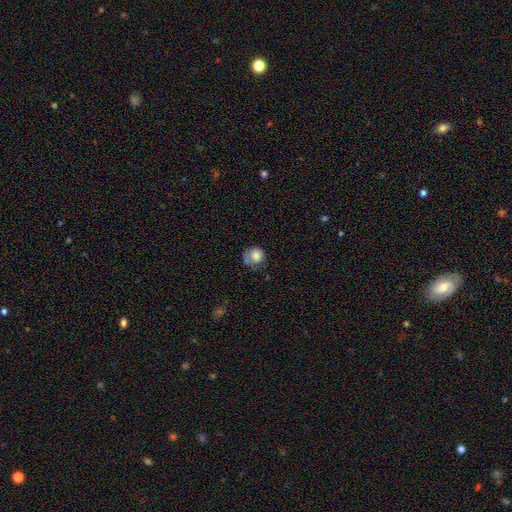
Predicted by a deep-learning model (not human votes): smooth-or-featured: smooth: 78% | featured or disk: 13% | star or artifact: 9%
  how-rounded: round: 82% | in between: 17% | cigar-shaped: 1%
  merging: none: 48% | minor disturbance: 29% | major disturbance: 16% | merger: 7%